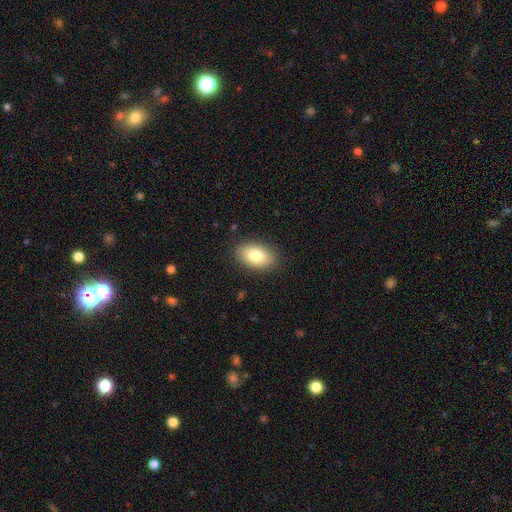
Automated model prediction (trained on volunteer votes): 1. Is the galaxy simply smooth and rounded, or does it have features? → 82% smooth, 11% featured or disk, 7% star or artifact.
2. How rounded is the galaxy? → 92% in between, 7% round, 1% cigar-shaped.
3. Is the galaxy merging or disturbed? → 87% none, 9% minor disturbance, 3% major disturbance, 1% merger.